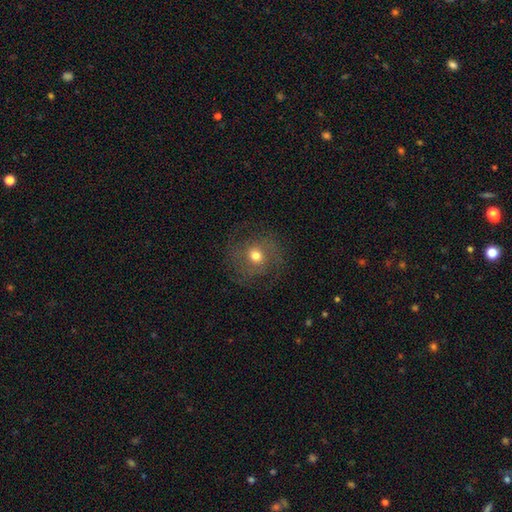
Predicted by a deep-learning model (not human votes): Morphology: type=smooth (50%); merging=none (73%).